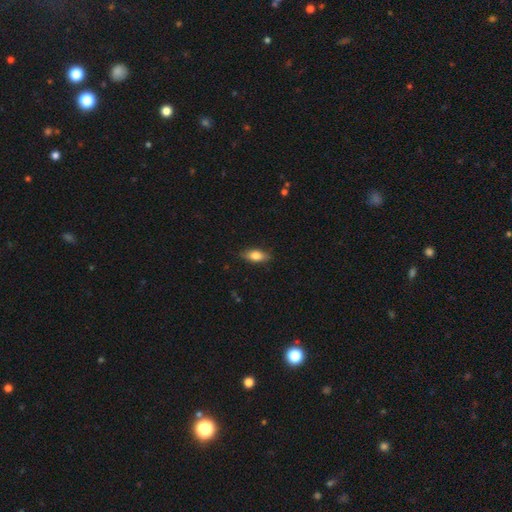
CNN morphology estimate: Smooth or featured? smooth (76%)
How rounded? in between (81%)
Merging? none (85%)